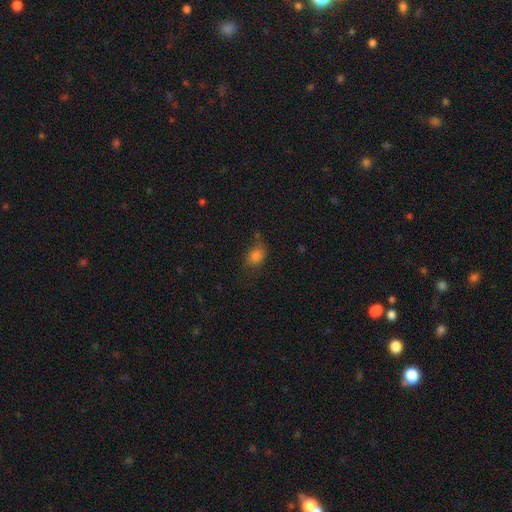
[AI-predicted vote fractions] Overall: smooth (77%). How rounded: in between (65%; round 33%). Merging: none (57%; minor disturbance 27%).